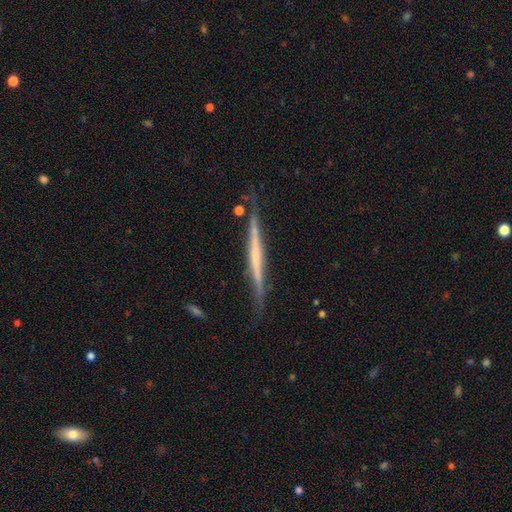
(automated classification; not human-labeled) Smooth or featured? Predicted: featured or disk (p=0.68). Edge-on disk? Predicted: yes (p=0.97). Edge-on bulge? Predicted: none (p=0.76). Merging? Predicted: none (p=0.82).